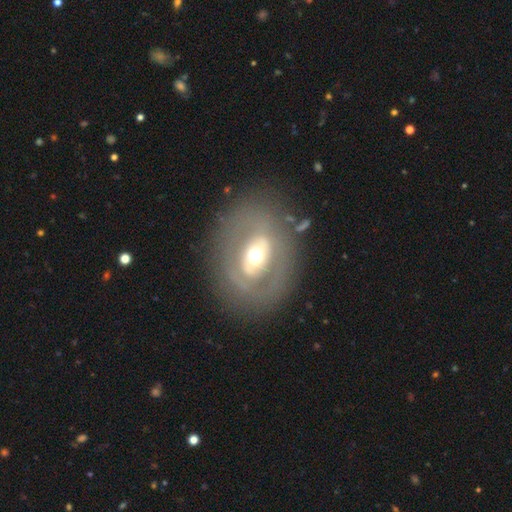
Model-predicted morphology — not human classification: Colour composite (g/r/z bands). It shows a featured or disk galaxy (56%) with no bar (62%), no spiral arms (87%) and a moderate central bulge (59%). Merging: none (77%).